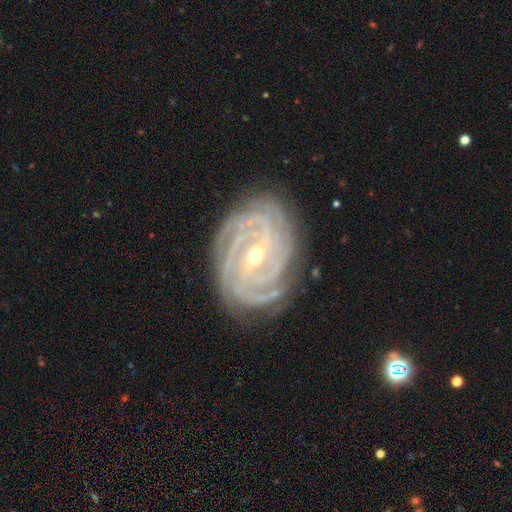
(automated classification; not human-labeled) The model was most divided on "bulge size": small: 54%, moderate: 44%, large: 1%, none: 1%, dominant: 1%. Remaining: spiral arms — yes (98%); edge-on disk — no (97%); smooth or featured — featured or disk (92%); merging — none (80%); spiral winding — tight (79%); bar — weak (44%); spiral arm count — 4 (37%).